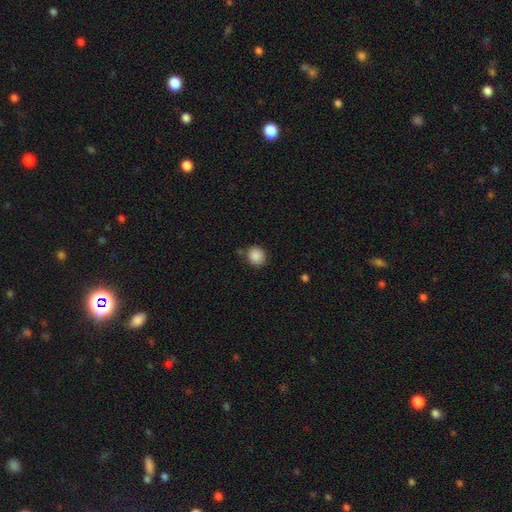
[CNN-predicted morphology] Smooth or featured? smooth (88%)
How rounded? round (85%)
Merging? none (82%)